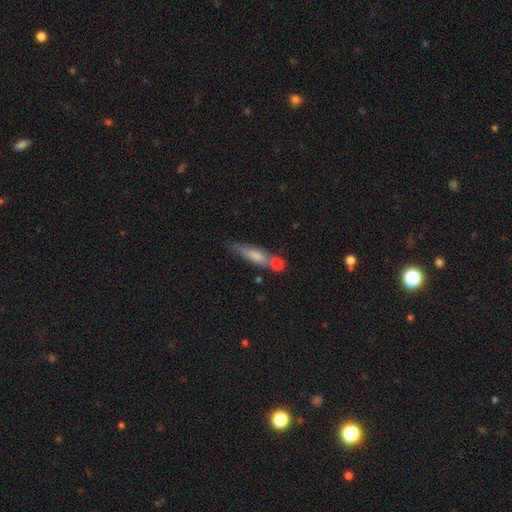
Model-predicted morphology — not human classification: Overall: smooth (64%; featured or disk 29%). How rounded: cigar-shaped (70%). Merging: none (49%; merger 26%).